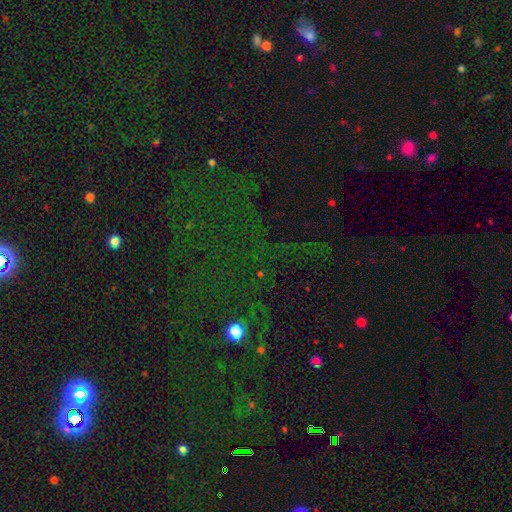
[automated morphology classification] A star or artifact, not a galaxy (71%).

Vote fractions:
- Smooth or featured? star or artifact: 71% / smooth: 18% / featured or disk: 11%